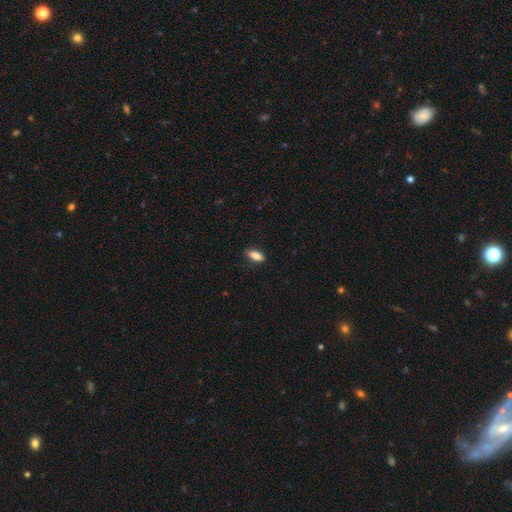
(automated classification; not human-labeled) This appears to be a smooth galaxy with no disk features (83%) that is in between round and cigar-shaped (78%). Merging: none (86%).